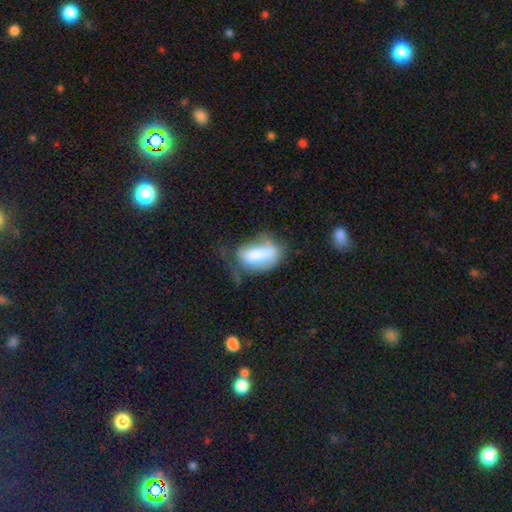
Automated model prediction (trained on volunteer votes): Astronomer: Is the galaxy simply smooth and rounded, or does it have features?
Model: smooth — 65%.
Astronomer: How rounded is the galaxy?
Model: in between — 88%.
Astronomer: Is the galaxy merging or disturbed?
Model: major disturbance — 35% (runner-up: minor disturbance, 29%).